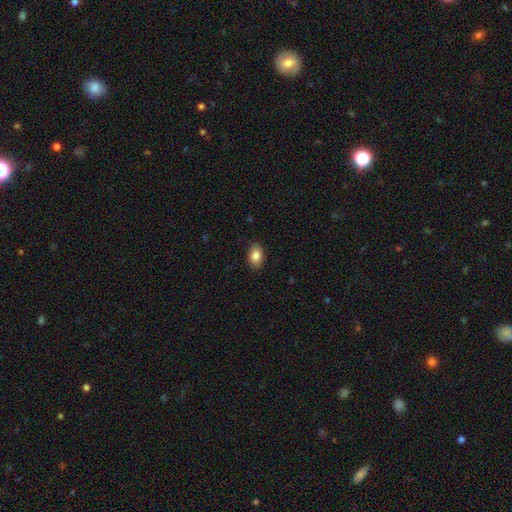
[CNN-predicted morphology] smooth-or-featured: smooth: 84% | featured or disk: 8% | star or artifact: 8%
  how-rounded: in between: 87% | round: 12% | cigar-shaped: 1%
  merging: none: 88% | minor disturbance: 9% | major disturbance: 2% | merger: 1%